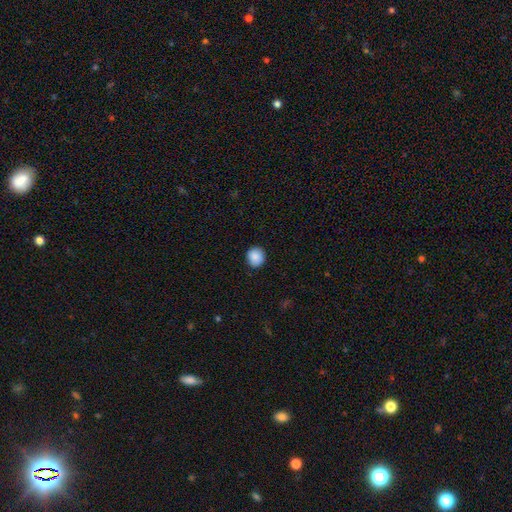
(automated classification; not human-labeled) This appears to be a smooth galaxy with no disk features (89%) that is round (86%). Merging: none (90%).